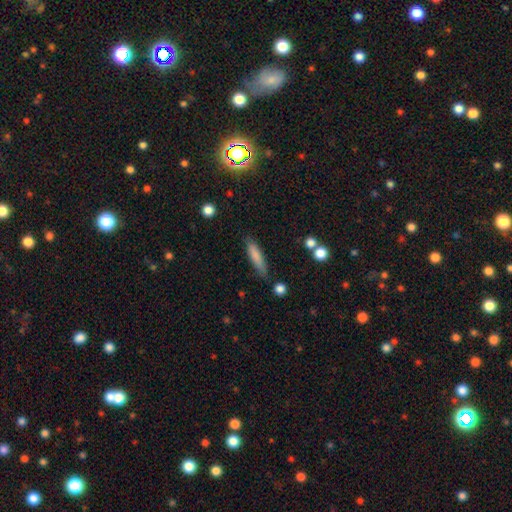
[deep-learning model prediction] A smooth galaxy with no disk features (81%) that is cigar-shaped (78%).

Vote fractions:
- Smooth or featured? smooth: 81% / featured or disk: 13% / star or artifact: 7%
- How rounded? cigar-shaped: 78% / in between: 21% / round: 2%
- Merging? none: 77% / minor disturbance: 17% / major disturbance: 4% / merger: 3%